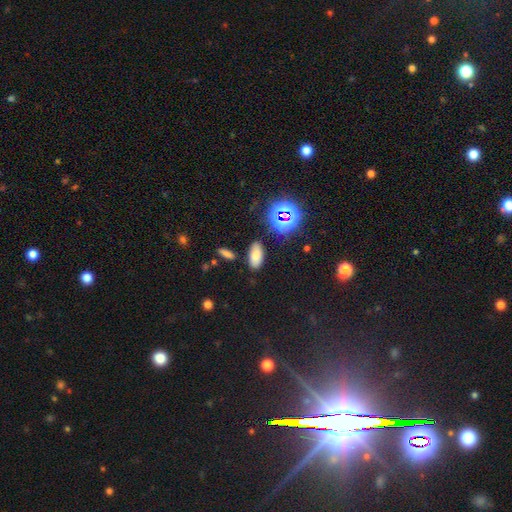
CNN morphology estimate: Smooth or featured? smooth (73%)
How rounded? in between (89%)
Merging? none (84%)